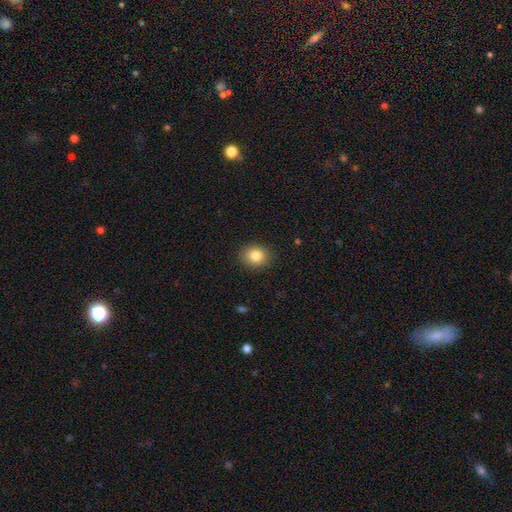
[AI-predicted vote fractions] This appears to be a smooth galaxy with no disk features (83%) that is round (68%). Merging: none (89%).